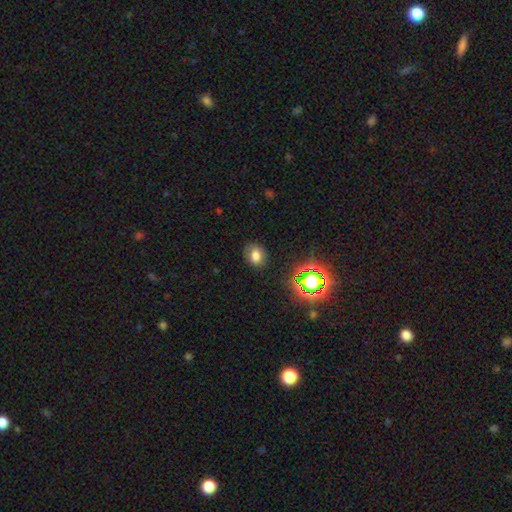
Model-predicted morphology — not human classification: Overall: smooth (72%). How rounded: round (50%; in between 49%). Merging: none (81%).